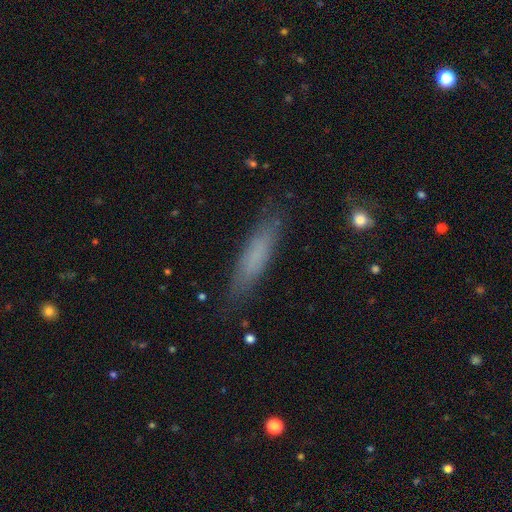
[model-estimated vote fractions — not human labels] Smooth or featured? Predicted: smooth (p=0.70). How rounded? Predicted: cigar-shaped (p=0.78). Merging? Predicted: none (p=0.82).